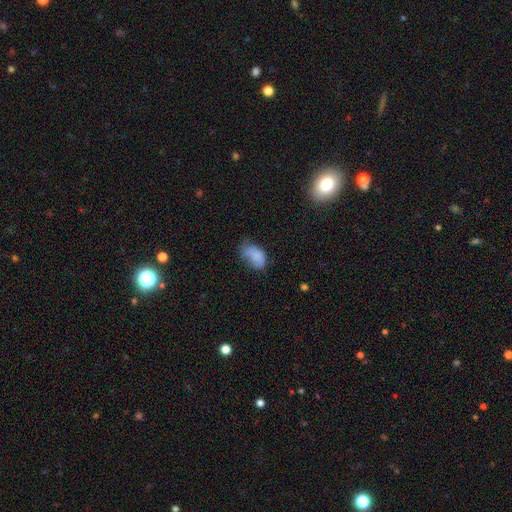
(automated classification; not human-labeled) This appears to be a smooth galaxy with no disk features (77%) that is in between round and cigar-shaped (91%). Merging: minor disturbance (37%).